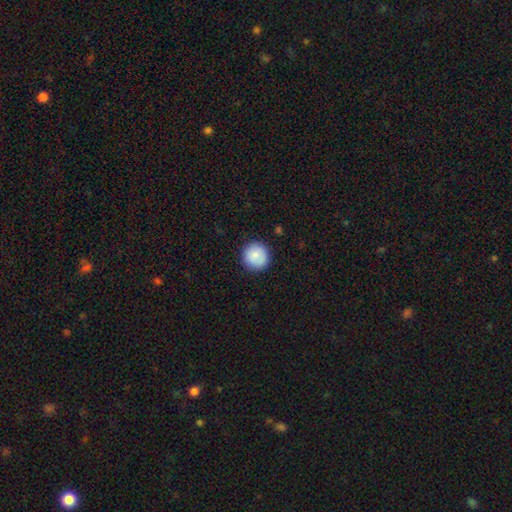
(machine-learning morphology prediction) A smooth galaxy with no disk features (85%) that is round (95%).

Vote fractions:
- Smooth or featured? smooth: 85% / featured or disk: 8% / star or artifact: 7%
- How rounded? round: 95% / in between: 4% / cigar-shaped: 1%
- Merging? none: 88% / minor disturbance: 9% / major disturbance: 2% / merger: 1%